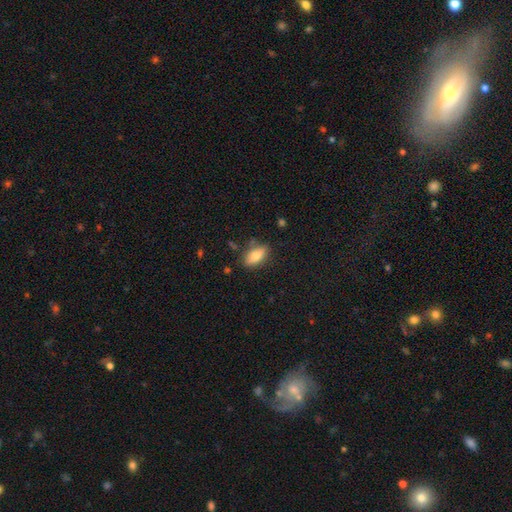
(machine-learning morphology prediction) Smooth or featured?
  - smooth: 77% *
  - featured or disk: 15%
  - star or artifact: 7%
How rounded?
  - in between: 84% *
  - cigar-shaped: 12%
  - round: 4%
Merging?
  - none: 78% *
  - minor disturbance: 15%
  - major disturbance: 4%
  - merger: 3%